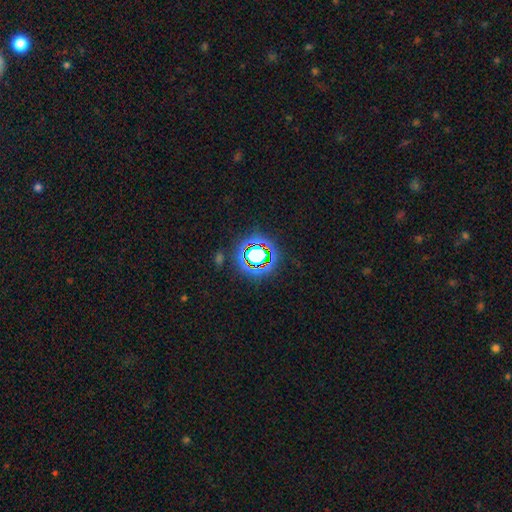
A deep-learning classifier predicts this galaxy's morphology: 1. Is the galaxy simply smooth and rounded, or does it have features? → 62% star or artifact, 25% smooth, 12% featured or disk.